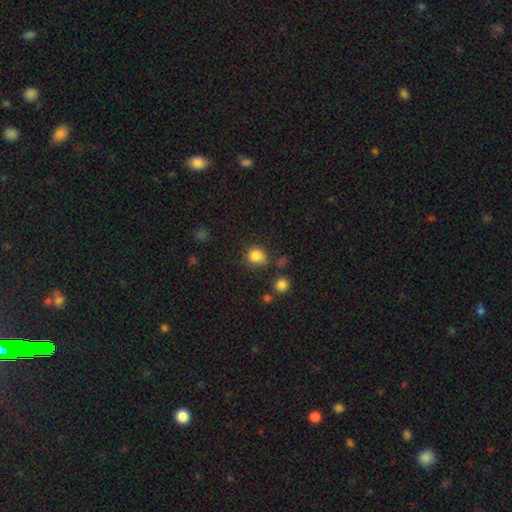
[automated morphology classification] A smooth galaxy with no disk features (83%) that is round (77%). Merging: none (67%).